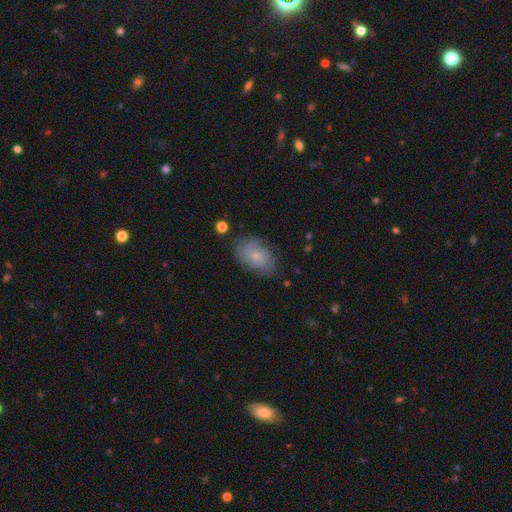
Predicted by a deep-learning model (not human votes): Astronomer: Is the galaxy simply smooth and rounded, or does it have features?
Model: smooth — 48% (runner-up: featured or disk, 44%).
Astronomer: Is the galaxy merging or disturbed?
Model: none — 70%.